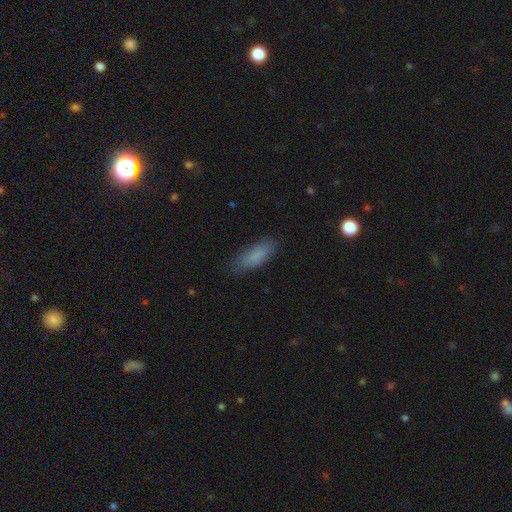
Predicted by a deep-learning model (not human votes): The model was most divided on "how rounded": in between: 62%, cigar-shaped: 36%, round: 2%. More confident: smooth or featured — smooth (84%); merging — none (80%).